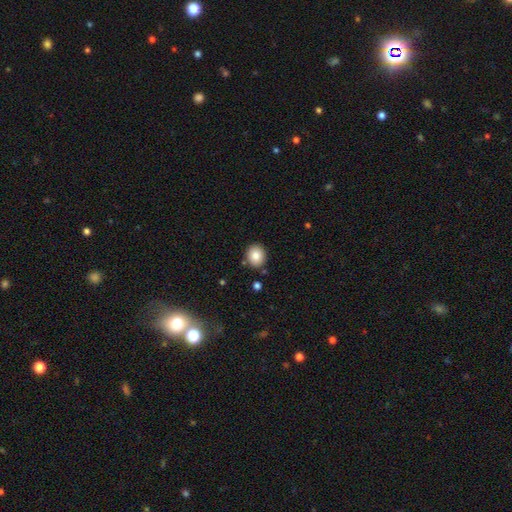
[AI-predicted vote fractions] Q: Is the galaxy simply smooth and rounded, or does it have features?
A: smooth — 85%.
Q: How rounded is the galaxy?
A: round — 68%.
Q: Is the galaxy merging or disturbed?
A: none — 86%.